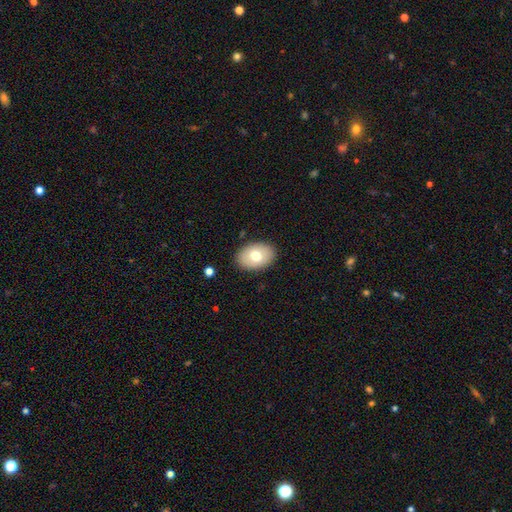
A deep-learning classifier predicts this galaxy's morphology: This appears to be a smooth galaxy with no disk features (73%) that is in between round and cigar-shaped (83%). Merging: none (88%).